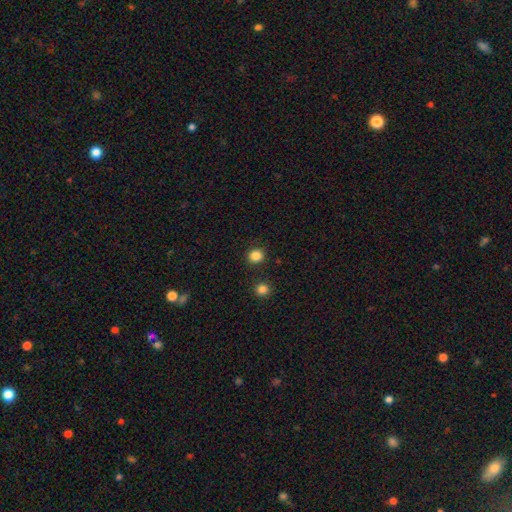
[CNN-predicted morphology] This appears to be a smooth galaxy with no disk features (85%) that is round (81%). Merging: none (88%).